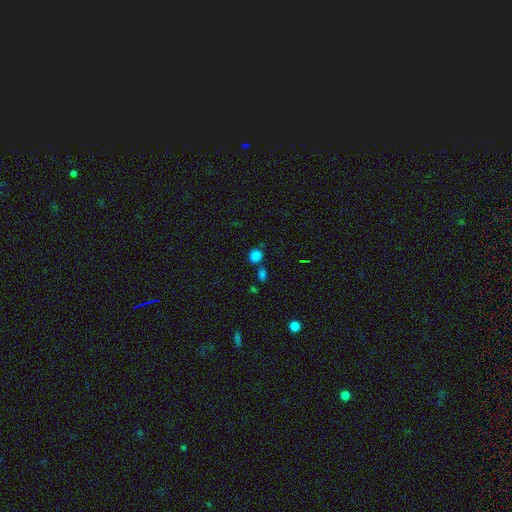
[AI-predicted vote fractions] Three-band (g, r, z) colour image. It shows a smooth galaxy with no disk features (82%) that is round (85%). Merging: none (68%).